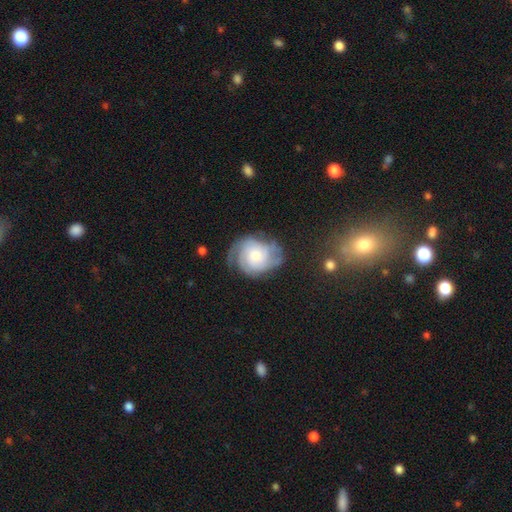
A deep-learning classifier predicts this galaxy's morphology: smooth_or_featured: featured or disk (p=0.73) [alt: smooth p=0.20]
disk_edge_on: no (p=0.98) [alt: yes p=0.02]
bar: no (p=0.76) [alt: weak p=0.21]
has_spiral_arms: yes (p=0.93) [alt: no p=0.07]
spiral_winding: tight (p=0.55) [alt: medium p=0.34]
spiral_arm_count: 2 (p=0.29) [tied with: can't tell p=0.29]
bulge_size: moderate (p=0.42) [alt: large p=0.26]
merging: none (p=0.60) [alt: minor disturbance p=0.24]